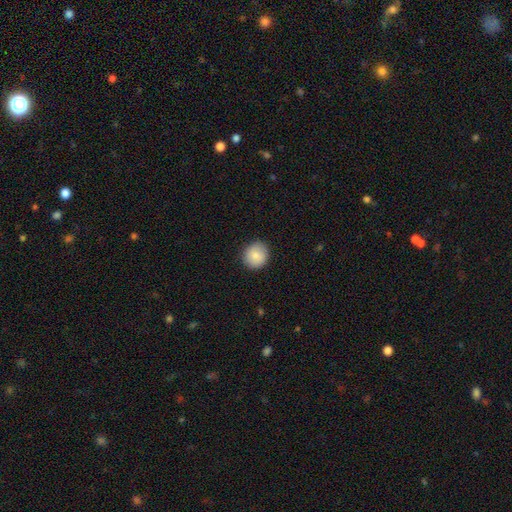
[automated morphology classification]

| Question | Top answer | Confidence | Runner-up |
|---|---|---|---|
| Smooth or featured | smooth | 85% | star or artifact (8%) |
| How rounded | round | 87% | in between (12%) |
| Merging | none | 88% | minor disturbance (9%) |